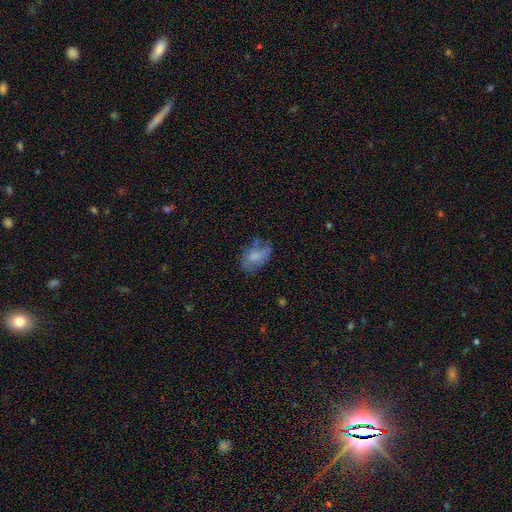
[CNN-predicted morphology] smooth_or_featured: smooth (p=0.65) [alt: featured or disk p=0.26]
how_rounded: in between (p=0.90) [alt: round p=0.07]
merging: none (p=0.53) [alt: minor disturbance p=0.29]